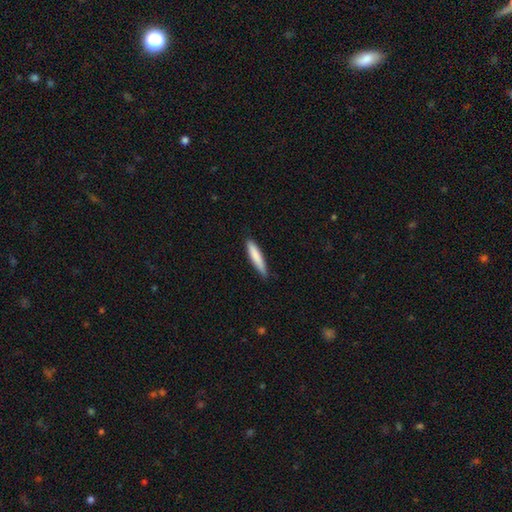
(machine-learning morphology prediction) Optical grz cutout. It shows a smooth galaxy with no disk features (82%) that is cigar-shaped (88%). Merging: none (81%).